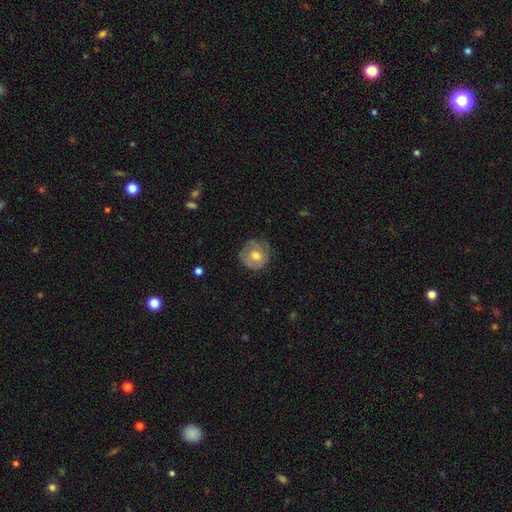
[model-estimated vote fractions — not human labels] Smooth or featured?
  - featured or disk: 47% *
  - smooth: 46%
  - star or artifact: 7%
Merging?
  - none: 70% *
  - minor disturbance: 22%
  - major disturbance: 7%
  - merger: 1%